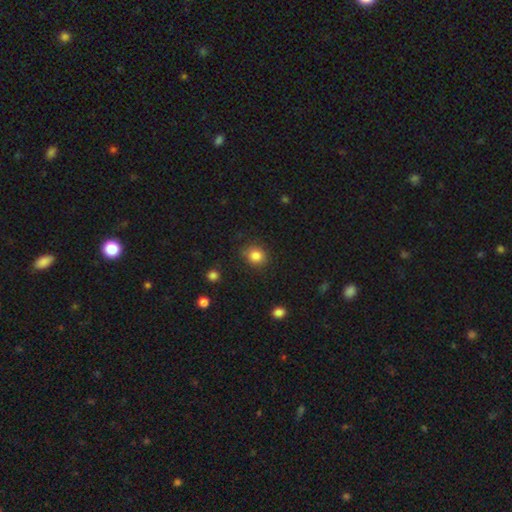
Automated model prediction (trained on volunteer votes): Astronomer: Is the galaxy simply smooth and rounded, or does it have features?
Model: smooth — 85%.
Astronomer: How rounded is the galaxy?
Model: round — 78%.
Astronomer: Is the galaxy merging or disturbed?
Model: none — 82%.